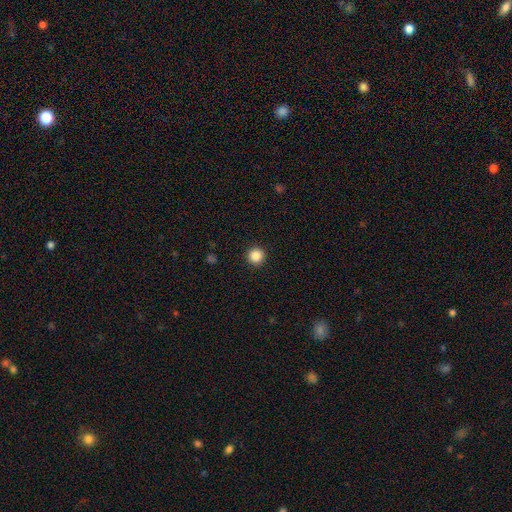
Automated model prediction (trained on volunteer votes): smooth_or_featured: smooth (p=0.87) [alt: star or artifact p=0.10]
how_rounded: round (p=0.96) [alt: in between p=0.03]
merging: none (p=0.93) [alt: minor disturbance p=0.05]